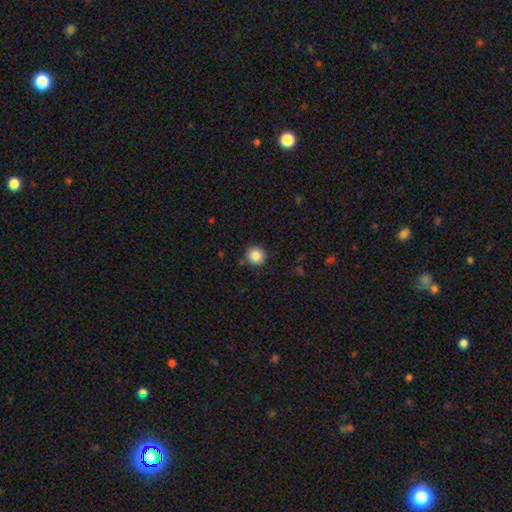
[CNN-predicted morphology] smooth 86%, star or artifact 9%, featured or disk 5%. Down the decision tree: how rounded — round (92%); merging — none (88%).